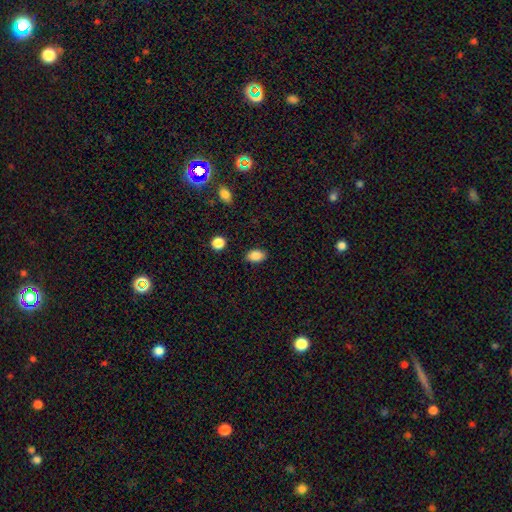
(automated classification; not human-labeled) smooth-or-featured: smooth: 86% | star or artifact: 9% | featured or disk: 5%
  how-rounded: in between: 86% | round: 12% | cigar-shaped: 2%
  merging: none: 85% | minor disturbance: 11% | major disturbance: 3% | merger: 2%